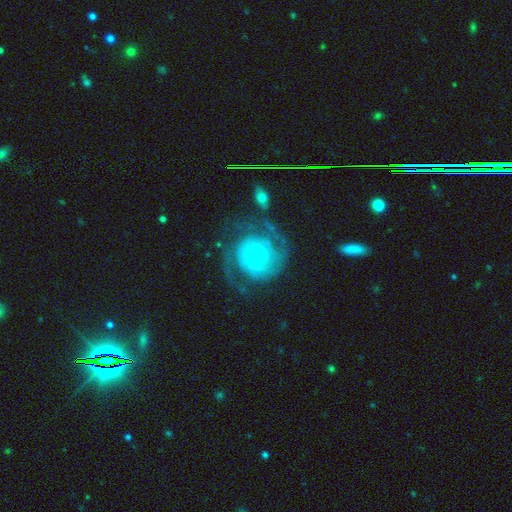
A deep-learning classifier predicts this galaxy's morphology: Smooth or featured: featured or disk — 86% (smooth — 9%)
Edge-on disk: no — 98% (yes — 2%)
Bar: no — 76% (weak — 19%)
Spiral arms: yes — 96% (no — 4%)
Spiral winding: tight — 72% (medium — 22%)
Spiral arm count: 2 — 52% (can't tell — 19%)
Bulge size: small — 77% (moderate — 16%)
Merging: none — 64% (major disturbance — 16%)